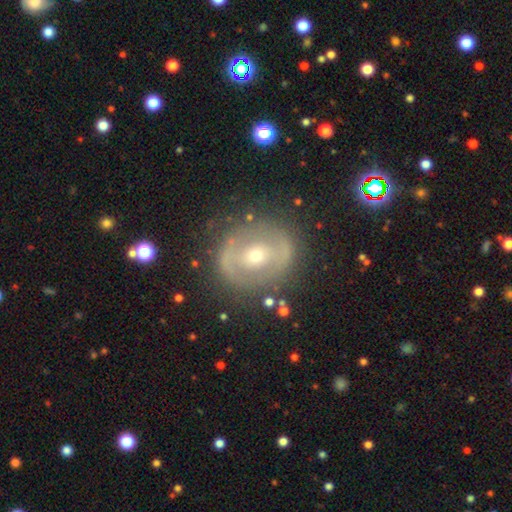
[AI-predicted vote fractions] Q: Smooth or featured?
A: featured or disk (69%); runner-up: smooth (23%)
Q: Edge-on disk?
A: no (95%); runner-up: yes (5%)
Q: Bar?
A: no (45%); runner-up: weak (32%)
Q: Spiral arms?
A: no (56%); runner-up: yes (44%)
Q: Bulge size?
A: small (49%); runner-up: moderate (47%)
Q: Merging?
A: none (78%); runner-up: minor disturbance (14%)